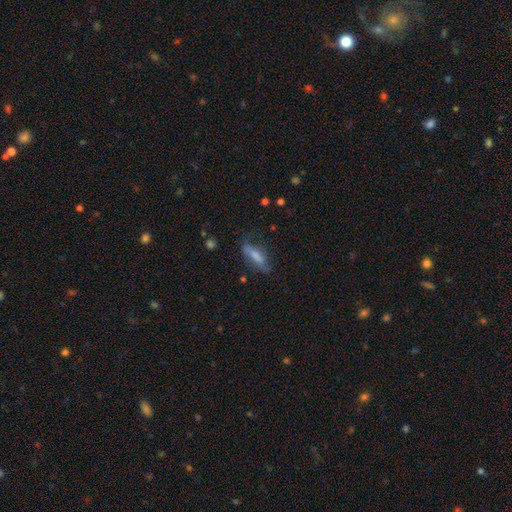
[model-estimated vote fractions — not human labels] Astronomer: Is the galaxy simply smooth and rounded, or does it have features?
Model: smooth — 61%.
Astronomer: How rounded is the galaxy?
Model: cigar-shaped — 57% (runner-up: in between, 41%).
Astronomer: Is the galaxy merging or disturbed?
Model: none — 52% (runner-up: minor disturbance, 28%).